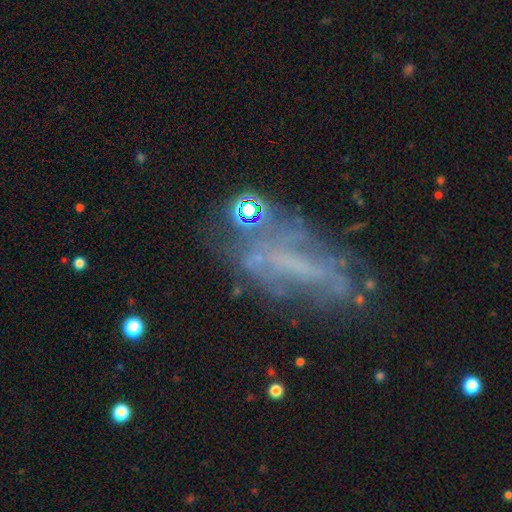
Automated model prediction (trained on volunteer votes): smooth-or-featured: featured or disk: 42% | star or artifact: 33% | smooth: 24%
  merging: none: 50% | major disturbance: 23% | minor disturbance: 20% | merger: 7%